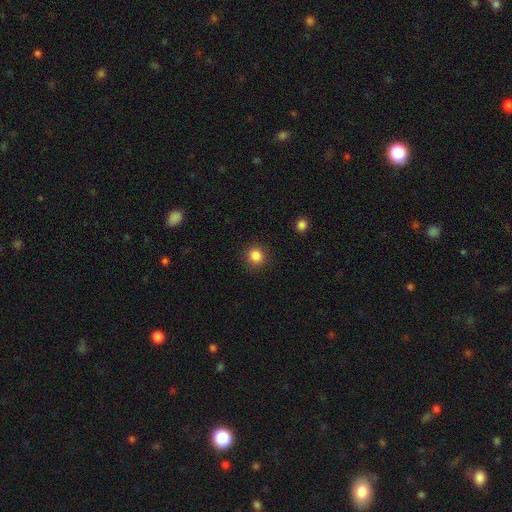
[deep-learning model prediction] Morphology: type=smooth (85%); roundness=round (88%); merging=none (89%).